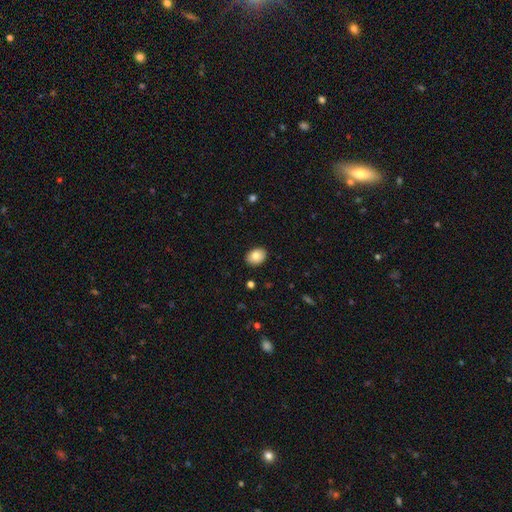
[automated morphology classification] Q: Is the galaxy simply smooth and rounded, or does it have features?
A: smooth — 82%.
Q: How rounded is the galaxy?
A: in between — 65%.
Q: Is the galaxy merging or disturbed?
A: none — 89%.